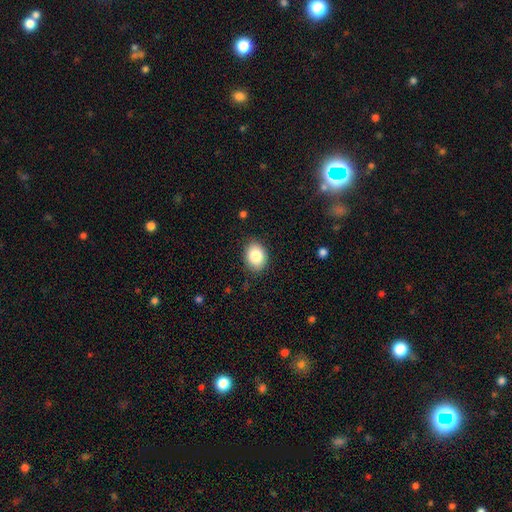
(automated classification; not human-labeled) Overall: smooth (84%). How rounded: in between (62%; round 37%). Merging: none (86%).